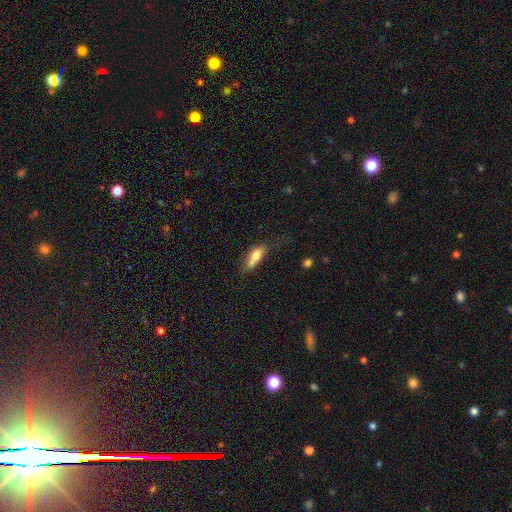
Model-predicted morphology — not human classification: Overall: smooth (68%). How rounded: in between (70%). Merging: merger (35%; none 28%).